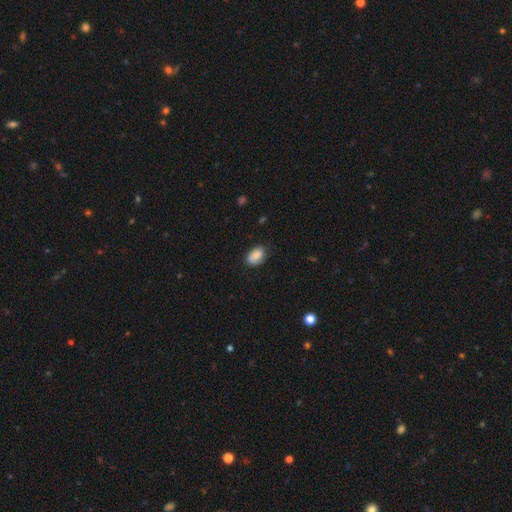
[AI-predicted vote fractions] smooth-or-featured: smooth: 81% | featured or disk: 11% | star or artifact: 8%
  how-rounded: in between: 85% | round: 14% | cigar-shaped: 1%
  merging: none: 73% | minor disturbance: 22% | major disturbance: 4% | merger: 1%